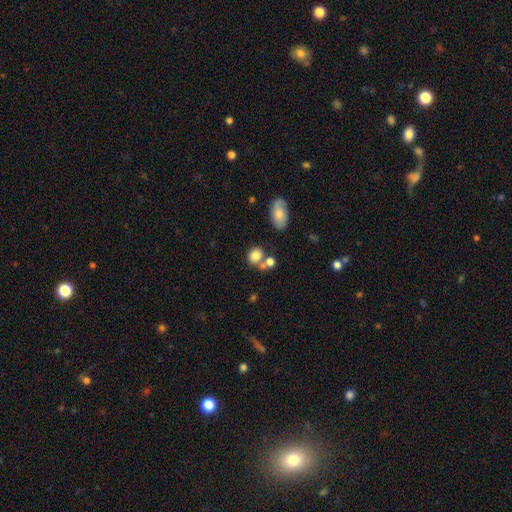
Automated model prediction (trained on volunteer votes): Smooth or featured? smooth (80%)
How rounded? round (60%)
Merging? none (48%)